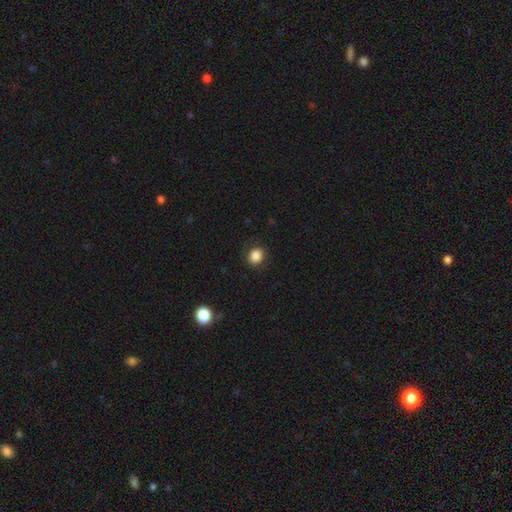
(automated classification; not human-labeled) Smooth or featured?
  - smooth: 85% *
  - star or artifact: 10%
  - featured or disk: 5%
How rounded?
  - round: 59% *
  - in between: 40%
  - cigar-shaped: 1%
Merging?
  - none: 84% *
  - minor disturbance: 12%
  - major disturbance: 3%
  - merger: 1%